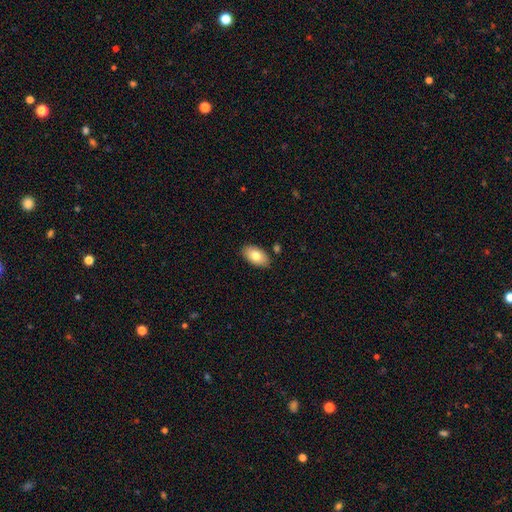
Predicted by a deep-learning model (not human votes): This appears to be a smooth galaxy with no disk features (78%) that is in between round and cigar-shaped (93%). Merging: none (84%).